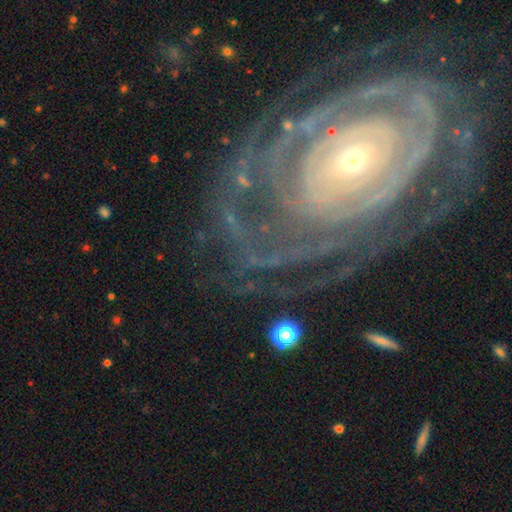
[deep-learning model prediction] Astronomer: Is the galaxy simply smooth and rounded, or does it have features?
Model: featured or disk — 87%.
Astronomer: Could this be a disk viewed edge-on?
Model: no — 96%.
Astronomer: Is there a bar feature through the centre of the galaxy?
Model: no — 59%.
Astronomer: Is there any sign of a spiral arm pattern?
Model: yes — 94%.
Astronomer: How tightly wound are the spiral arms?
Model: tight — 78%.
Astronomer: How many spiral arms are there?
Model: can't tell — 33% (runner-up: more than 4, 18%).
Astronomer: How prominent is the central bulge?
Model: small — 68%.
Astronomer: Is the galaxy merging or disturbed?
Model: none — 71%.